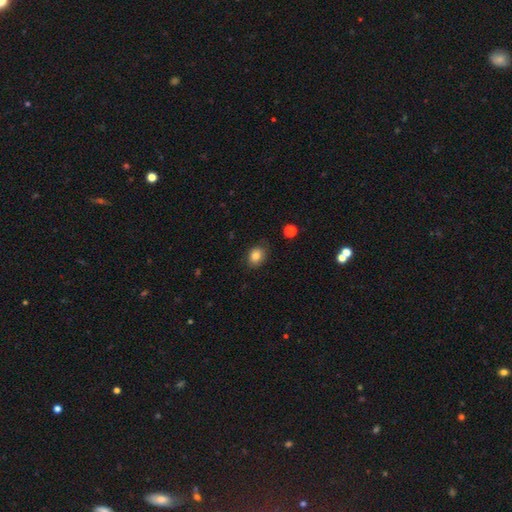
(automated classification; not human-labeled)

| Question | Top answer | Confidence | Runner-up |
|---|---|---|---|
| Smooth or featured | smooth | 83% | star or artifact (10%) |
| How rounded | in between | 52% | round (47%) |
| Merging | none | 81% | minor disturbance (14%) |